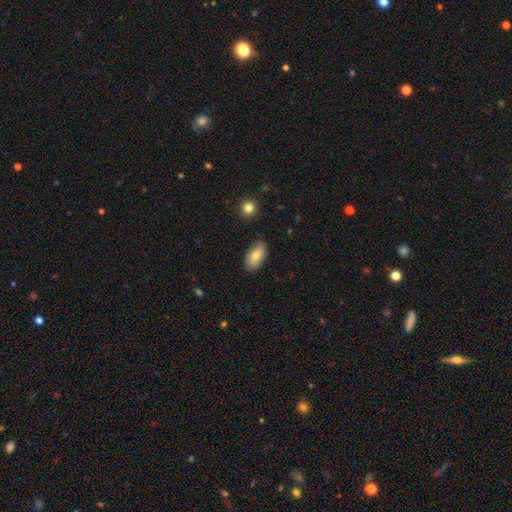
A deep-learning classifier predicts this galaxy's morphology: A smooth galaxy with no disk features (71%) that is in between round and cigar-shaped (92%). Merging: none (80%).